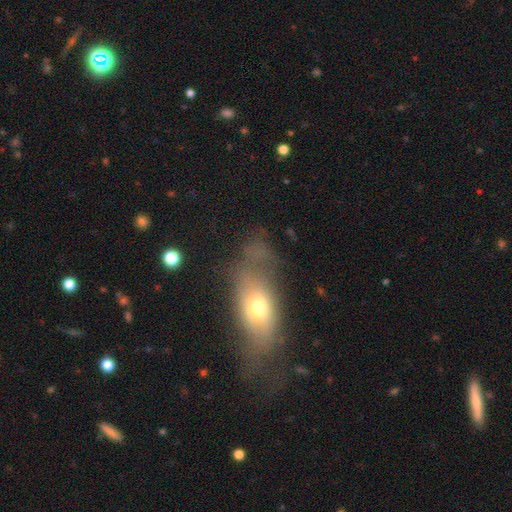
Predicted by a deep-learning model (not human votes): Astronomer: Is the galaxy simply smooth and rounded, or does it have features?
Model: smooth — 56%.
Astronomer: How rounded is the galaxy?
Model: in between — 71%.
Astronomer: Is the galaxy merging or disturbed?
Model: none — 43% (runner-up: major disturbance, 26%).